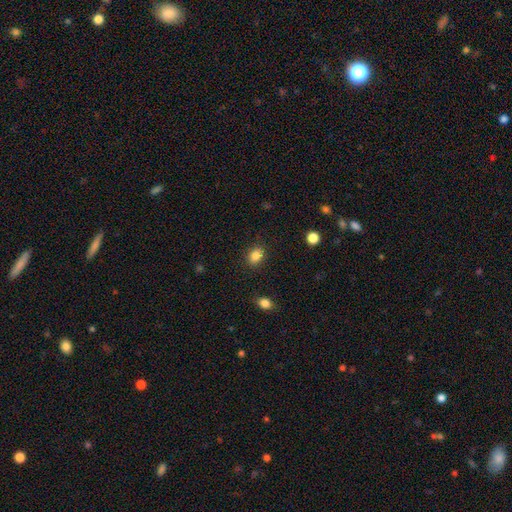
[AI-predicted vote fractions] A smooth galaxy with no disk features (85%) that is in between round and cigar-shaped (61%).

Vote fractions:
- Smooth or featured? smooth: 85% / star or artifact: 10% / featured or disk: 5%
- How rounded? in between: 61% / round: 38% / cigar-shaped: 1%
- Merging? none: 87% / minor disturbance: 9% / major disturbance: 3% / merger: 1%